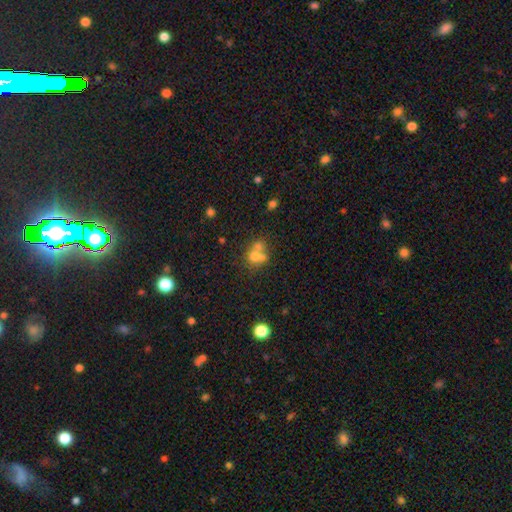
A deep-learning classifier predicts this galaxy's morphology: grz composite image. It shows a smooth galaxy with no disk features (63%) that is round (72%). Merging: merger (55%).